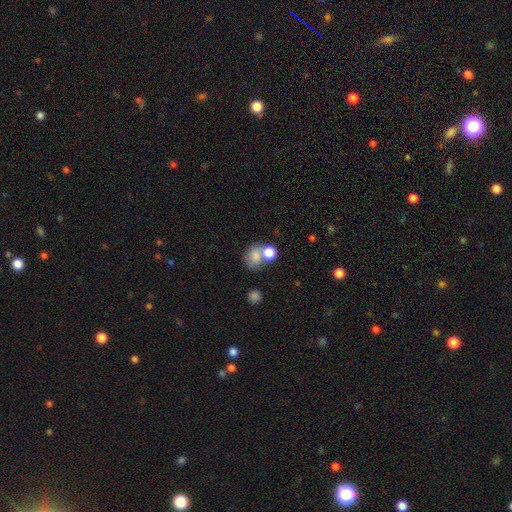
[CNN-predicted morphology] This is likely a smooth galaxy (77%). How rounded: possibly round (59%). Merging: marginally merger (45%).